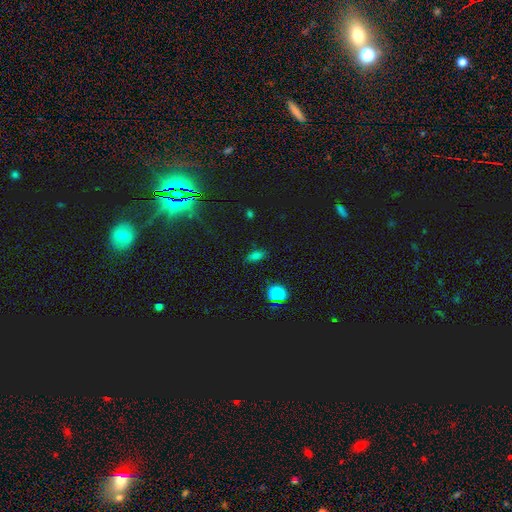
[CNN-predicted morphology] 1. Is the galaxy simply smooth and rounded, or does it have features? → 69% smooth, 23% star or artifact, 8% featured or disk.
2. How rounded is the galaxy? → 78% in between, 12% cigar-shaped, 11% round.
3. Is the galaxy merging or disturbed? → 80% none, 14% minor disturbance, 4% major disturbance, 2% merger.